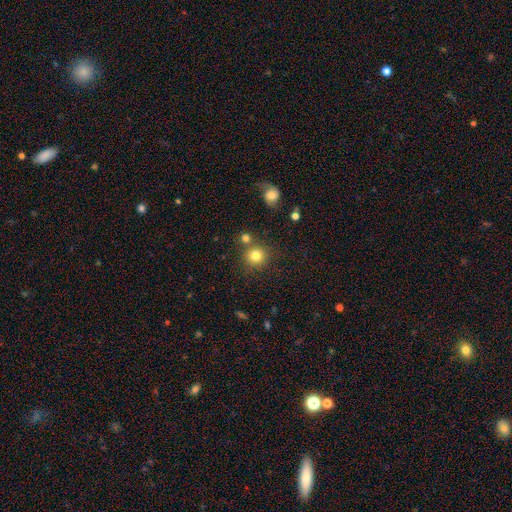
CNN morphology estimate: This is clearly a smooth galaxy (80%). How rounded: clearly round (91%). Merging: likely none (76%).